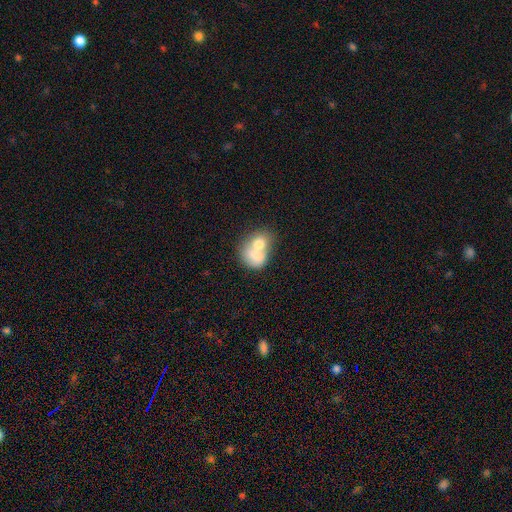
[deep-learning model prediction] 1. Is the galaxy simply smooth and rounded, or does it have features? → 70% smooth, 23% featured or disk, 7% star or artifact.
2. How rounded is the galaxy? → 52% round, 47% in between, 1% cigar-shaped.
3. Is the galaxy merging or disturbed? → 72% merger, 17% none, 7% minor disturbance, 4% major disturbance.